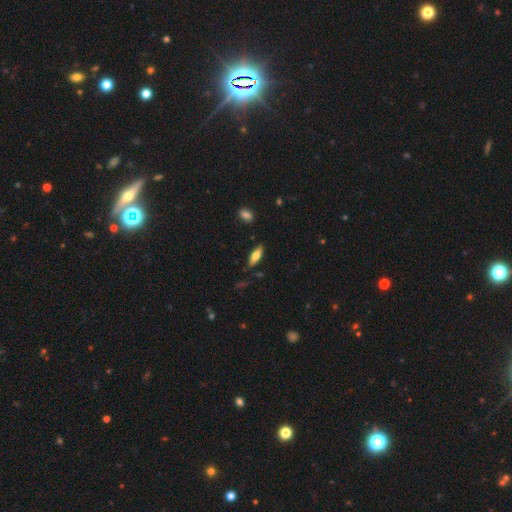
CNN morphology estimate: This appears to be a smooth galaxy with no disk features (59%) that is in between round and cigar-shaped (61%). Merging: none (84%).